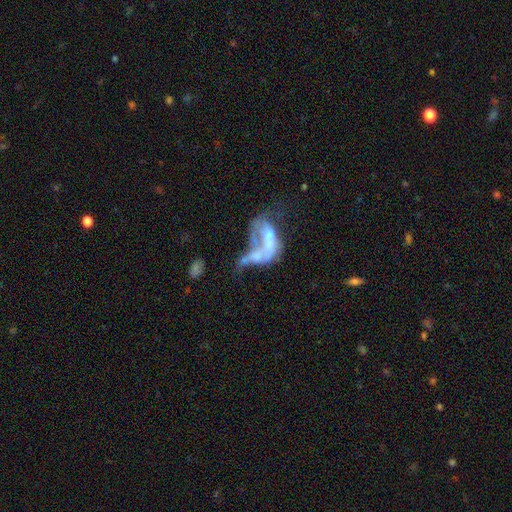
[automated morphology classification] featured or disk 55%, smooth 34%, star or artifact 11%. Down the decision tree: edge-on disk — no (95%); bar — no (77%); spiral arms — no (82%); bulge size — none (37%); merging — merger (56%).